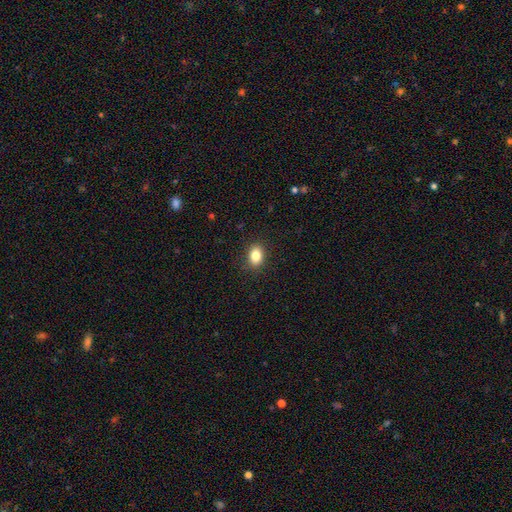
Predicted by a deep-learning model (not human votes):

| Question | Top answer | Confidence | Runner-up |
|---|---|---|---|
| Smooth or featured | smooth | 84% | star or artifact (9%) |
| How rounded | in between | 76% | round (22%) |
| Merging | none | 88% | minor disturbance (9%) |